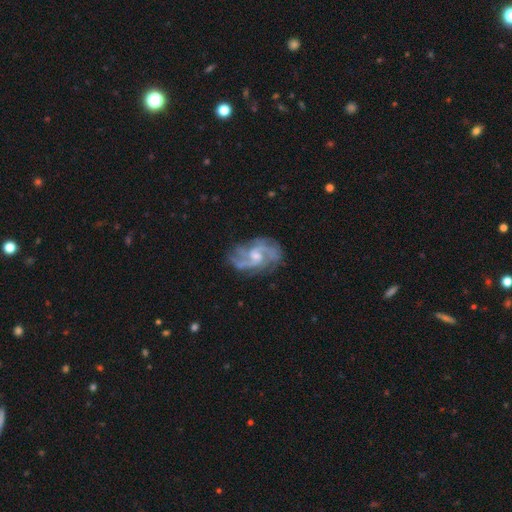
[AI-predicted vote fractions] Smooth or featured? Predicted: featured or disk (p=0.88). Edge-on disk? Predicted: no (p=0.97). Bar? Predicted: weak (p=0.48). Spiral arms? Predicted: yes (p=0.96). Spiral winding? Predicted: medium (p=0.50). Spiral arm count? Predicted: 2 (p=0.41). Bulge size? Predicted: moderate (p=0.46). Merging? Predicted: none (p=0.72).